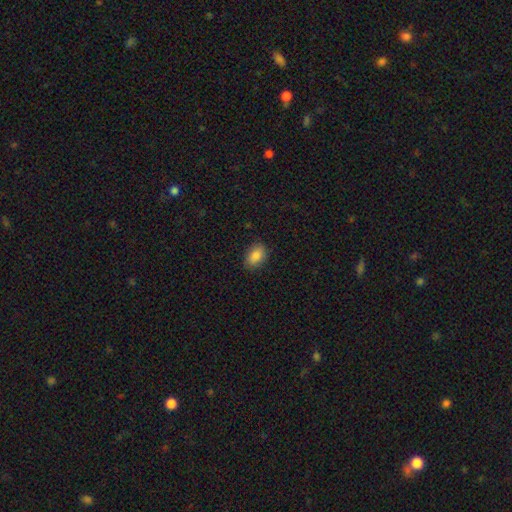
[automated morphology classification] smooth_or_featured: smooth (p=0.87) [alt: star or artifact p=0.08]
how_rounded: in between (p=0.87) [alt: round p=0.11]
merging: none (p=0.83) [alt: minor disturbance p=0.13]